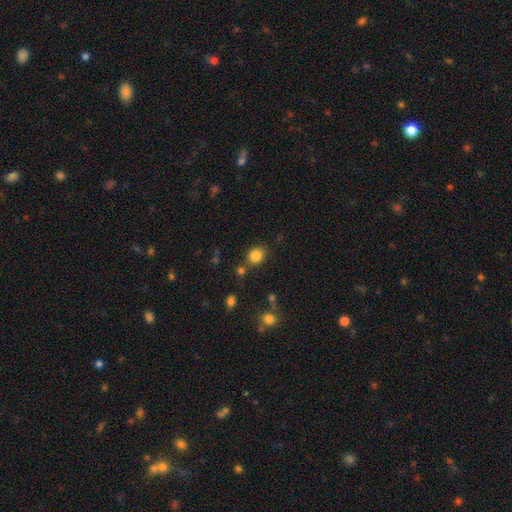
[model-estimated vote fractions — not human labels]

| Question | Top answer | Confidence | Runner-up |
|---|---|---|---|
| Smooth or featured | smooth | 84% | star or artifact (11%) |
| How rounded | round | 61% | in between (38%) |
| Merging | none | 72% | minor disturbance (13%) |